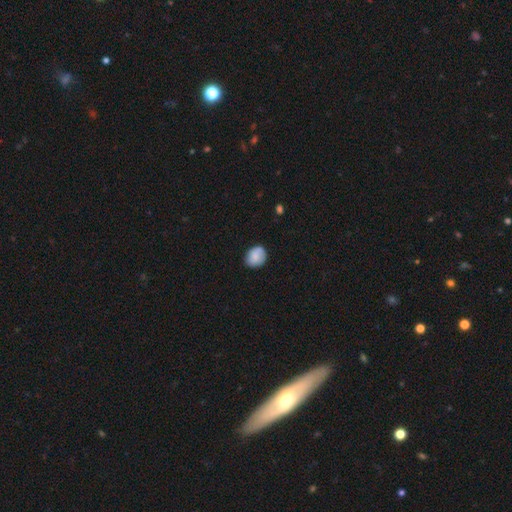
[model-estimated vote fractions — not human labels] This is clearly a smooth galaxy (81%). How rounded: possibly round (52%). Merging: likely none (76%).